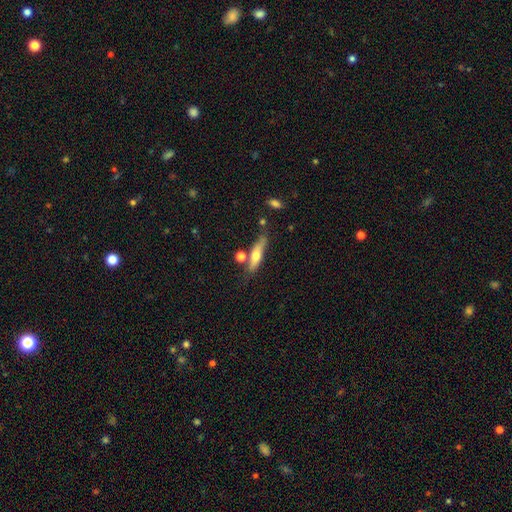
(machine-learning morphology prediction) A smooth galaxy with no disk features (54%) that is cigar-shaped (70%).

Vote fractions:
- Smooth or featured? smooth: 54% / featured or disk: 39% / star or artifact: 7%
- How rounded? cigar-shaped: 70% / in between: 27% / round: 3%
- Merging? none: 64% / minor disturbance: 18% / merger: 13% / major disturbance: 5%